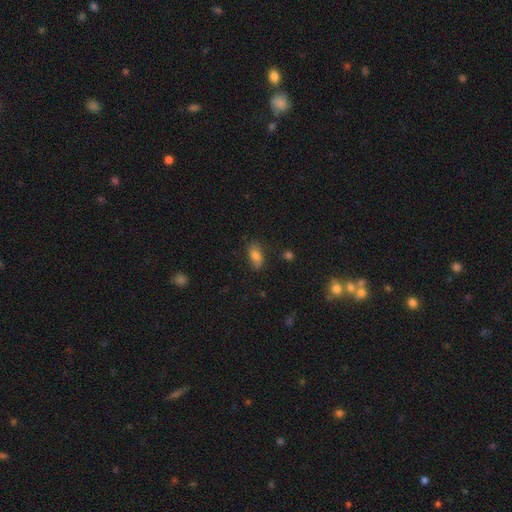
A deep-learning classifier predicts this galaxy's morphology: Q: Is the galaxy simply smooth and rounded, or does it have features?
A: smooth — 75%.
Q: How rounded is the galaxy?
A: in between — 88%.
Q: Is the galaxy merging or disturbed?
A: none — 73%.